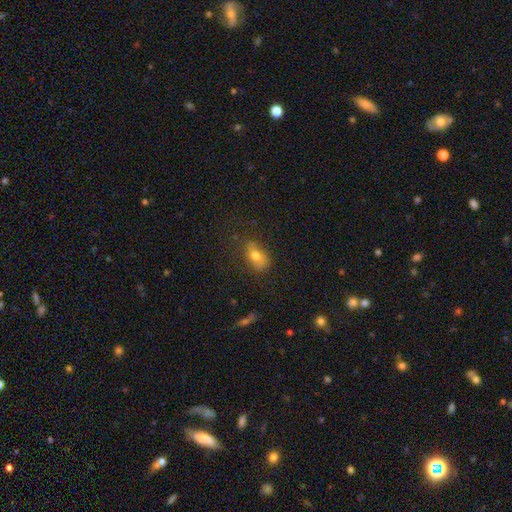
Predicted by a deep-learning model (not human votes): This is likely a smooth galaxy (66%). How rounded: clearly in between (81%). Merging: likely none (67%).